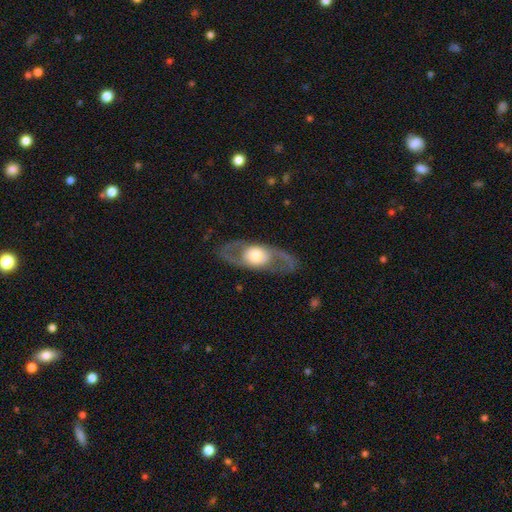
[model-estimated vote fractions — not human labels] A featured or disk galaxy (70%) with no bar (82%), no spiral arms (56%) and a moderate central bulge (45%). Merging: none (80%).